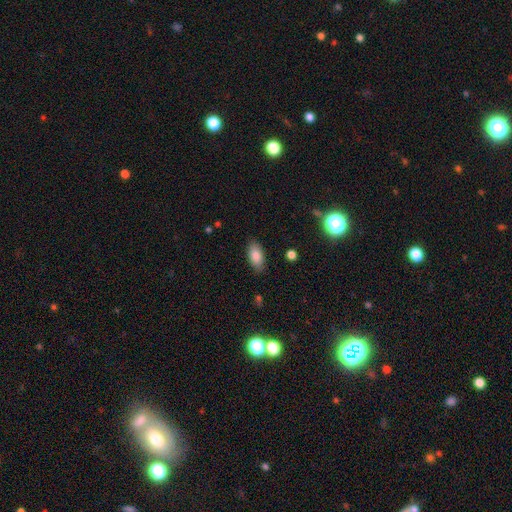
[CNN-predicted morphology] type=smooth (85%); roundness=in between (92%); merging=none (86%).